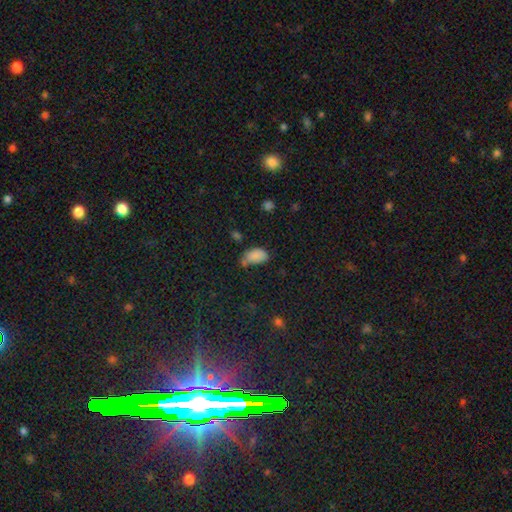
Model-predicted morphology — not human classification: Q: Smooth or featured?
A: smooth (83%); runner-up: star or artifact (11%)
Q: How rounded?
A: in between (93%); runner-up: round (5%)
Q: Merging?
A: none (49%); runner-up: minor disturbance (29%)